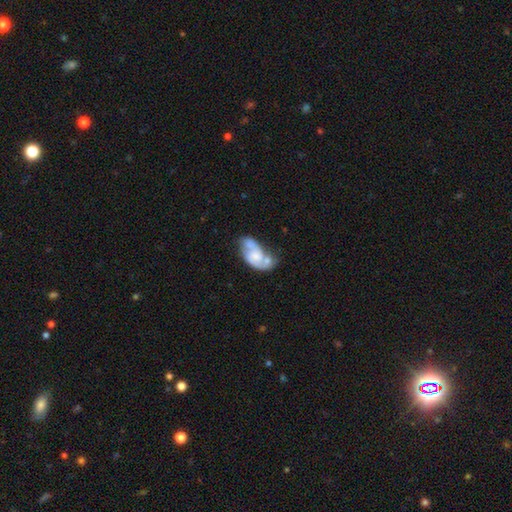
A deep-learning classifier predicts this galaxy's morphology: smooth_or_featured: featured or disk (p=0.64) [alt: smooth p=0.29]
disk_edge_on: no (p=0.96) [alt: yes p=0.04]
bar: no (p=0.66) [alt: weak p=0.28]
has_spiral_arms: yes (p=0.81) [alt: no p=0.19]
spiral_winding: medium (p=0.46) [alt: loose p=0.27]
spiral_arm_count: 2 (p=0.76) [alt: can't tell p=0.12]
bulge_size: small (p=0.33) [alt: moderate p=0.29]
merging: merger (p=0.34) [alt: none p=0.30]